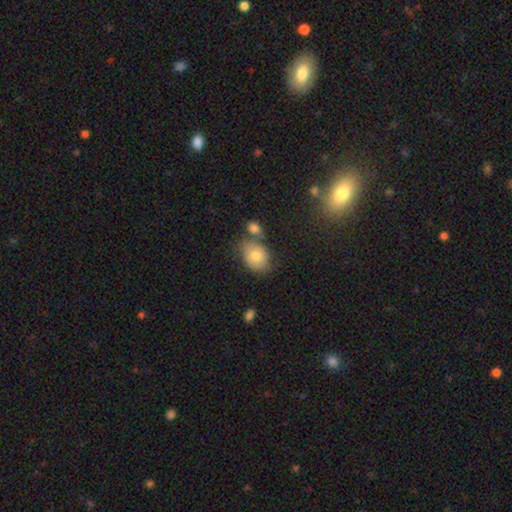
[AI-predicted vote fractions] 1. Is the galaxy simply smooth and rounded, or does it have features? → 76% smooth, 15% featured or disk, 10% star or artifact.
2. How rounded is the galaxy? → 67% in between, 32% round, 1% cigar-shaped.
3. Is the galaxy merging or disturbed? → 57% none, 19% minor disturbance, 18% merger, 6% major disturbance.